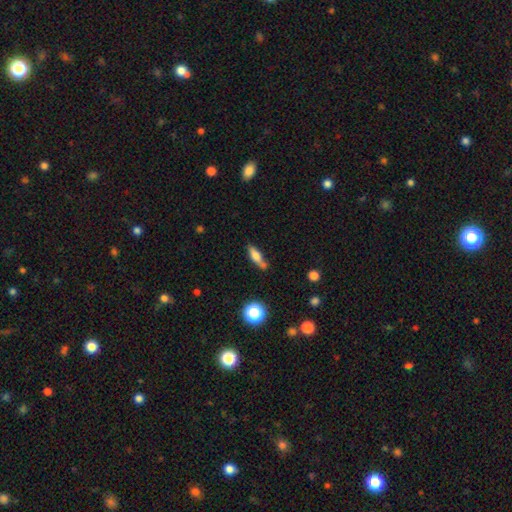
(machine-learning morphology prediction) A smooth galaxy with no disk features (66%) that is in between round and cigar-shaped (49%). Merging: none (59%).